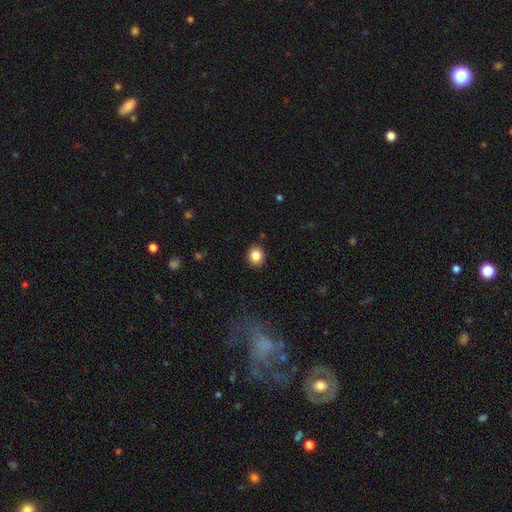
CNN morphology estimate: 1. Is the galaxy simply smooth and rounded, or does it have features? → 85% smooth, 10% star or artifact, 5% featured or disk.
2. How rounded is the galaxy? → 74% round, 25% in between, 1% cigar-shaped.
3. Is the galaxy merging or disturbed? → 90% none, 7% minor disturbance, 2% major disturbance, 1% merger.